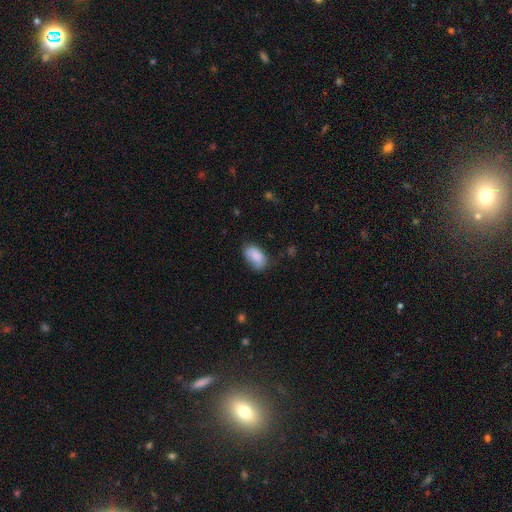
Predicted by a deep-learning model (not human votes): Morphology: type=smooth (86%); roundness=in between (92%); merging=none (65%).